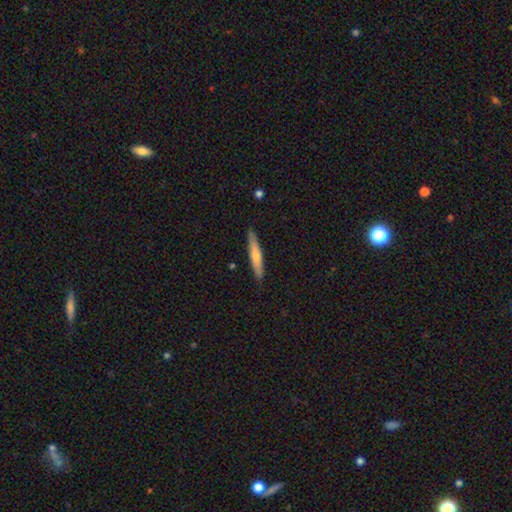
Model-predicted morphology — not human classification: A smooth galaxy with no disk features (59%) that is cigar-shaped (92%). Merging: none (90%).